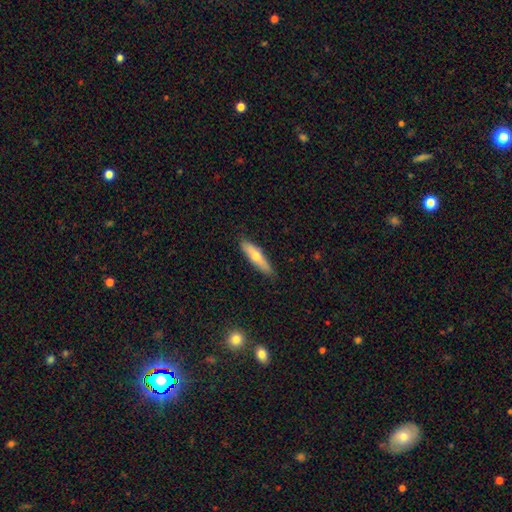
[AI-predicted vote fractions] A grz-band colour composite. It shows a smooth galaxy with no disk features (62%) that is cigar-shaped (73%). Merging: none (86%).